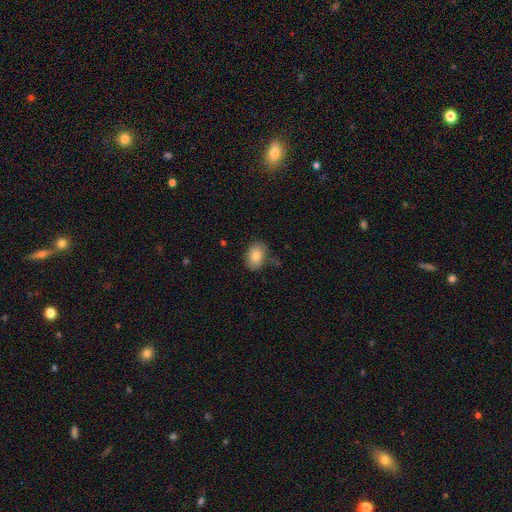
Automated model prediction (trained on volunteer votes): A smooth galaxy with no disk features (83%) that is in between round and cigar-shaped (79%).

Vote fractions:
- Smooth or featured? smooth: 83% / featured or disk: 9% / star or artifact: 8%
- How rounded? in between: 79% / round: 20% / cigar-shaped: 1%
- Merging? none: 75% / minor disturbance: 18% / major disturbance: 4% / merger: 3%